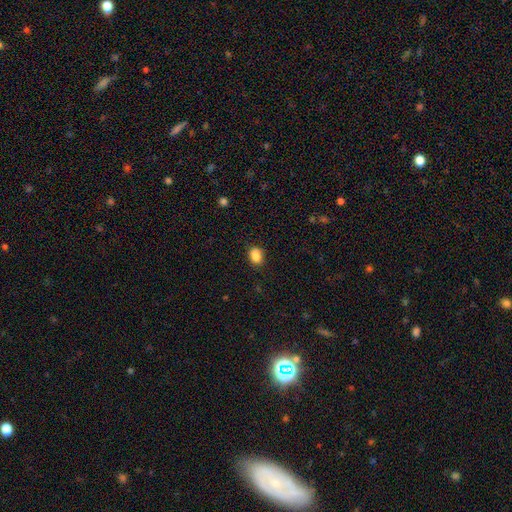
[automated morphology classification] Smooth or featured? Predicted: smooth (p=0.86). How rounded? Predicted: in between (p=0.70). Merging? Predicted: none (p=0.80).